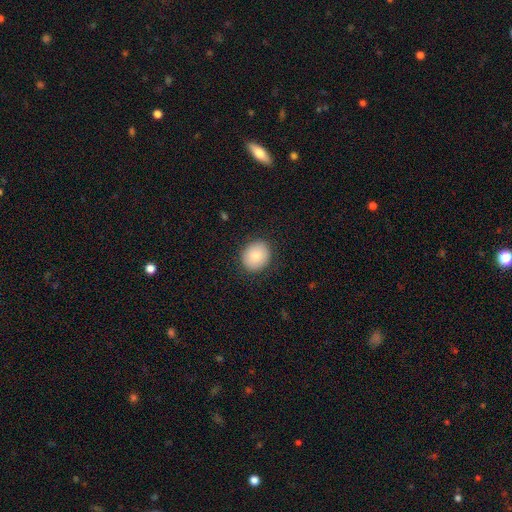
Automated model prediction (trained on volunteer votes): This is clearly a smooth galaxy (81%). How rounded: likely round (74%). Merging: clearly none (88%).